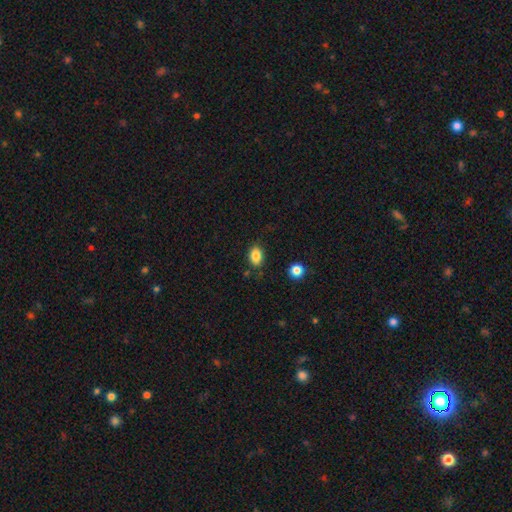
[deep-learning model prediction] Q: Smooth or featured?
A: smooth (85%); runner-up: star or artifact (9%)
Q: How rounded?
A: in between (79%); runner-up: round (19%)
Q: Merging?
A: none (84%); runner-up: minor disturbance (11%)